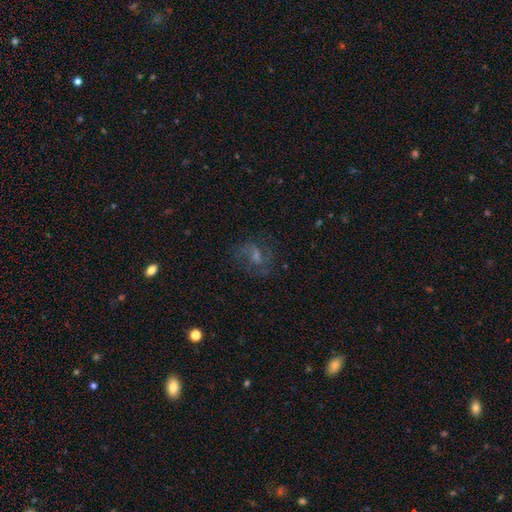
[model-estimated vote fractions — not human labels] Smooth or featured: featured or disk — 58% (smooth — 26%)
Edge-on disk: no — 97% (yes — 3%)
Bar: weak — 50% (no — 37%)
Spiral arms: yes — 81% (no — 19%)
Bulge size: small — 41% (moderate — 31%)
Merging: none — 65% (minor disturbance — 17%)